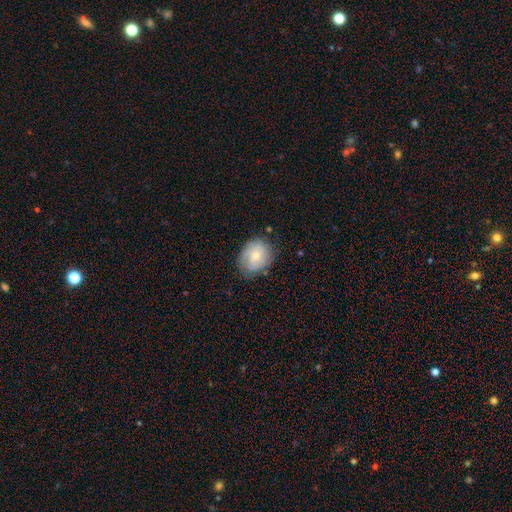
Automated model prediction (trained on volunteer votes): This appears to be a smooth galaxy with no disk features (54%) that is round (58%). Merging: none (75%).